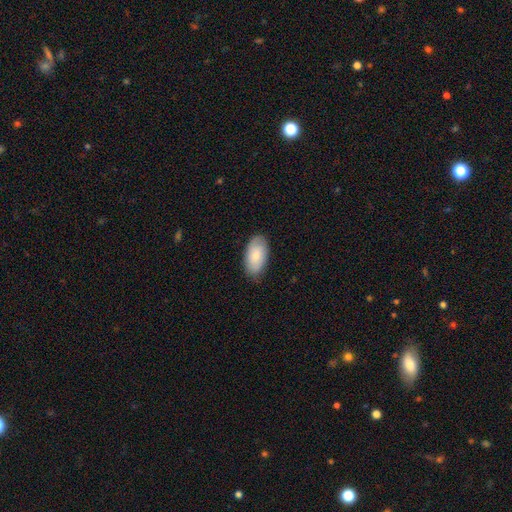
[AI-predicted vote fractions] The model was most divided on "smooth or featured": smooth: 77%, featured or disk: 17%, star or artifact: 6%. More confident: how rounded — in between (95%); merging — none (82%).